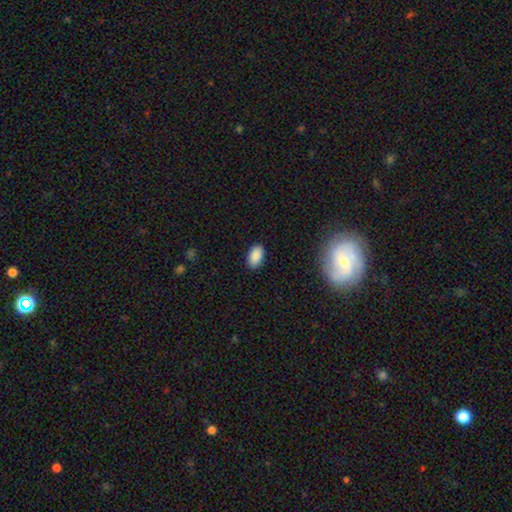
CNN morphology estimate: smooth 89%, star or artifact 8%, featured or disk 4%. Down the decision tree: how rounded — in between (93%); merging — none (88%).